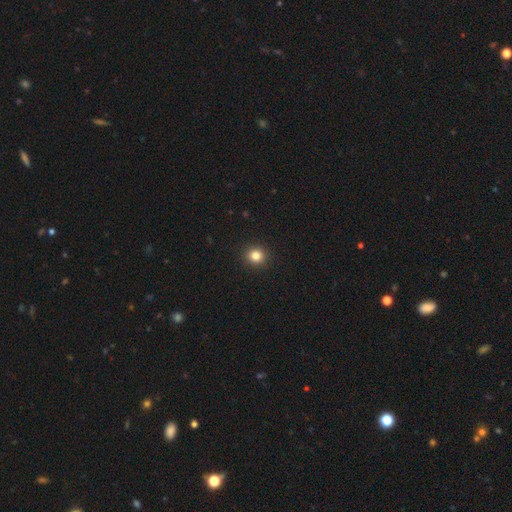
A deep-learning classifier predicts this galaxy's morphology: This appears to be a smooth galaxy with no disk features (83%) that is round (87%). Merging: none (92%).